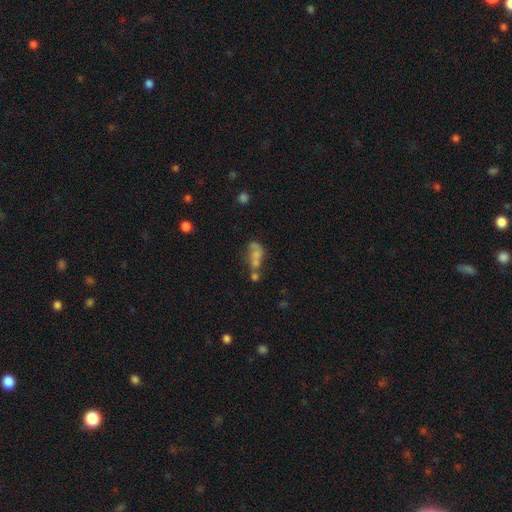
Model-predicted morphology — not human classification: smooth_or_featured: smooth (p=0.49) [alt: featured or disk p=0.35]
merging: merger (p=0.48) [alt: none p=0.20]